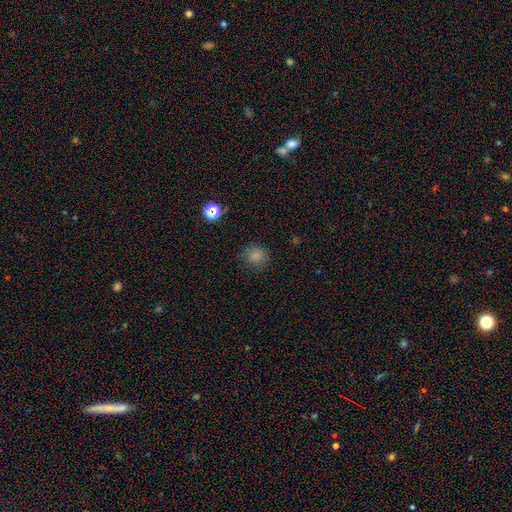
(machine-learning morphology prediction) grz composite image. It shows a smooth galaxy with no disk features (81%) that is round (88%). Merging: none (80%).